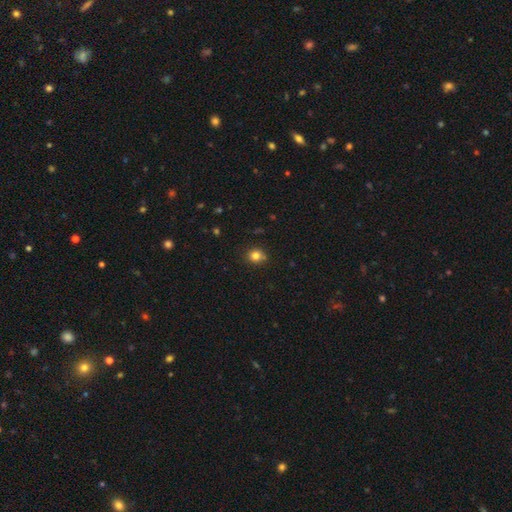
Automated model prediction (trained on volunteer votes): Smooth or featured?
  - smooth: 82% *
  - star or artifact: 12%
  - featured or disk: 6%
How rounded?
  - round: 75% *
  - in between: 24%
  - cigar-shaped: 1%
Merging?
  - none: 80% *
  - minor disturbance: 15%
  - major disturbance: 3%
  - merger: 2%